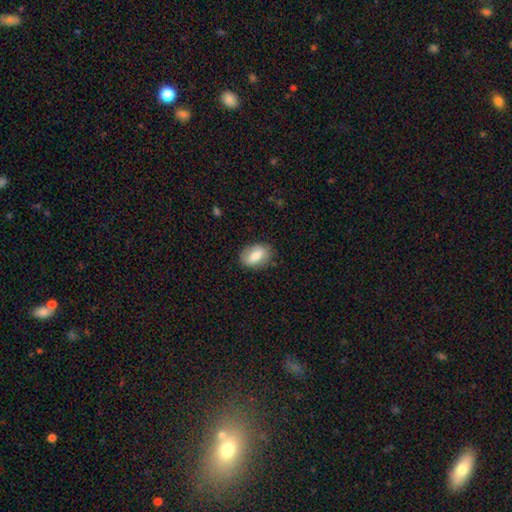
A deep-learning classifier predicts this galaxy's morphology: A smooth galaxy with no disk features (74%) that is in between round and cigar-shaped (87%).

Vote fractions:
- Smooth or featured? smooth: 74% / featured or disk: 19% / star or artifact: 7%
- How rounded? in between: 87% / round: 10% / cigar-shaped: 3%
- Merging? none: 80% / minor disturbance: 15% / major disturbance: 4% / merger: 1%